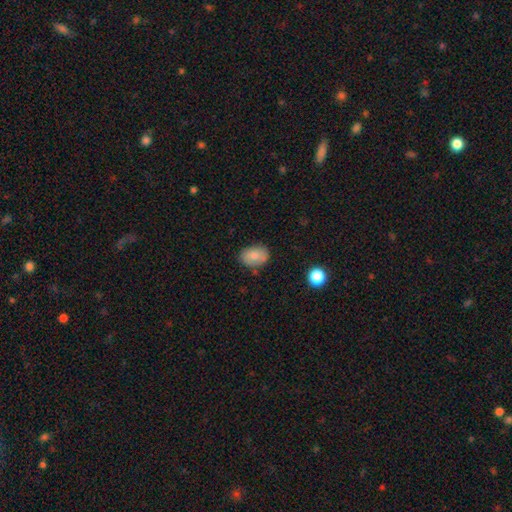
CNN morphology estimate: A smooth galaxy with no disk features (83%) that is in between round and cigar-shaped (79%).

Vote fractions:
- Smooth or featured? smooth: 83% / featured or disk: 10% / star or artifact: 8%
- How rounded? in between: 79% / round: 20% / cigar-shaped: 1%
- Merging? none: 80% / minor disturbance: 15% / major disturbance: 3% / merger: 2%